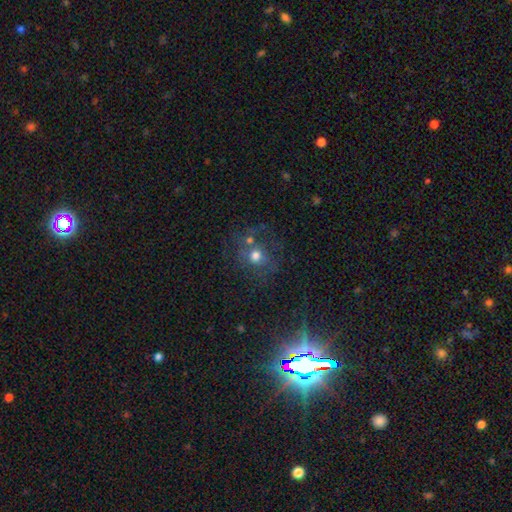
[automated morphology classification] smooth_or_featured: smooth (p=0.50) [alt: featured or disk p=0.30]
merging: none (p=0.57) [alt: minor disturbance p=0.17]